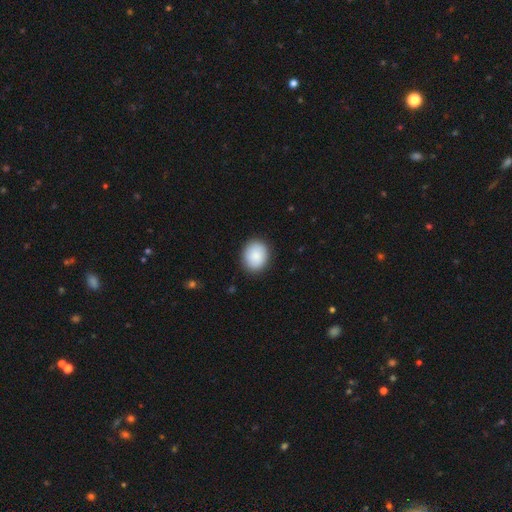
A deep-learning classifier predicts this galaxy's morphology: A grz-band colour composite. It shows a smooth galaxy with no disk features (89%) that is round (57%). Merging: none (89%).